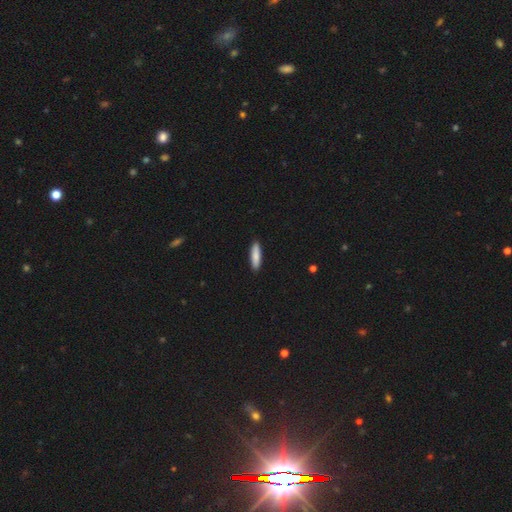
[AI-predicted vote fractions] Smooth or featured?
  - smooth: 85% *
  - featured or disk: 10%
  - star or artifact: 6%
How rounded?
  - cigar-shaped: 72% *
  - in between: 27%
  - round: 1%
Merging?
  - none: 91% *
  - minor disturbance: 6%
  - major disturbance: 1%
  - merger: 1%